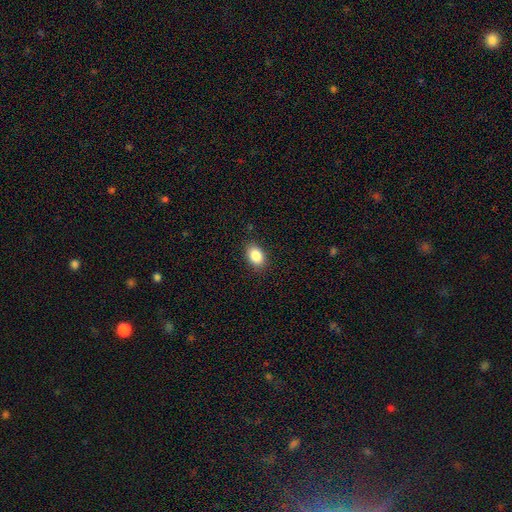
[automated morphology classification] Overall: smooth (87%). How rounded: in between (84%). Merging: none (87%).